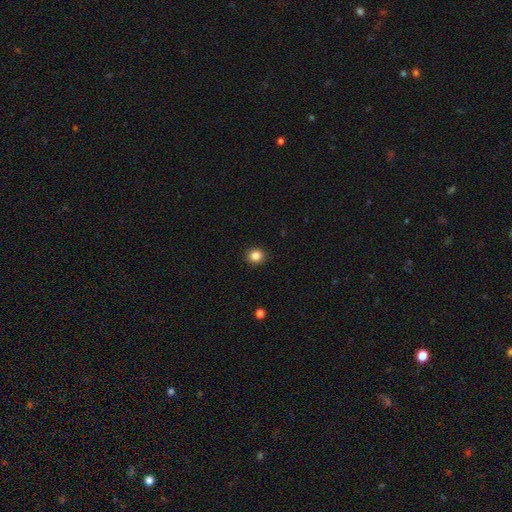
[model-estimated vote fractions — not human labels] Smooth or featured: smooth — 86% (star or artifact — 11%)
How rounded: round — 86% (in between — 13%)
Merging: none — 91% (minor disturbance — 6%)